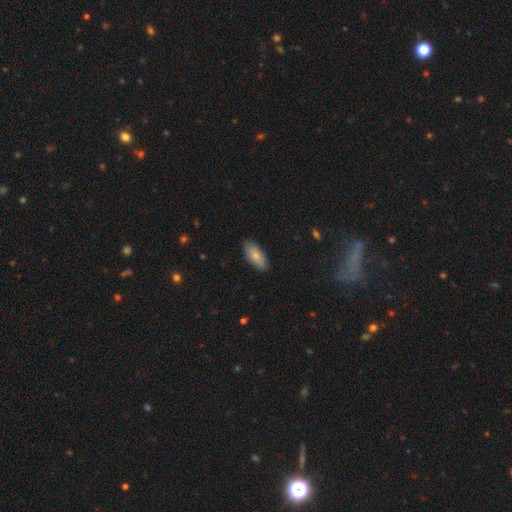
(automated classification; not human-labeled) This appears to be a smooth galaxy with no disk features (81%) that is in between round and cigar-shaped (83%). Merging: none (85%).